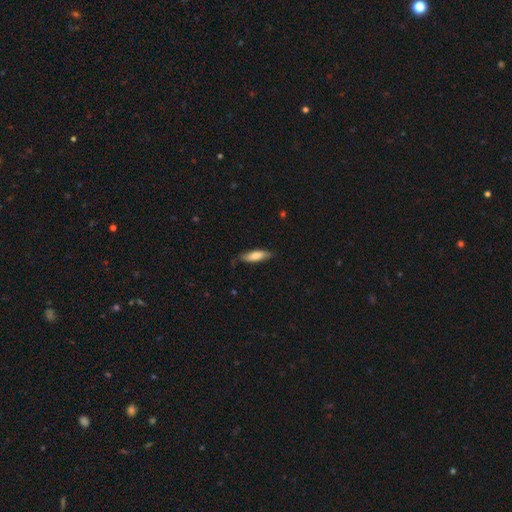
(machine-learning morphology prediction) A smooth galaxy with no disk features (76%) that is cigar-shaped (55%).

Vote fractions:
- Smooth or featured? smooth: 76% / featured or disk: 18% / star or artifact: 6%
- How rounded? cigar-shaped: 55% / in between: 43% / round: 2%
- Merging? none: 77% / minor disturbance: 19% / major disturbance: 3% / merger: 1%